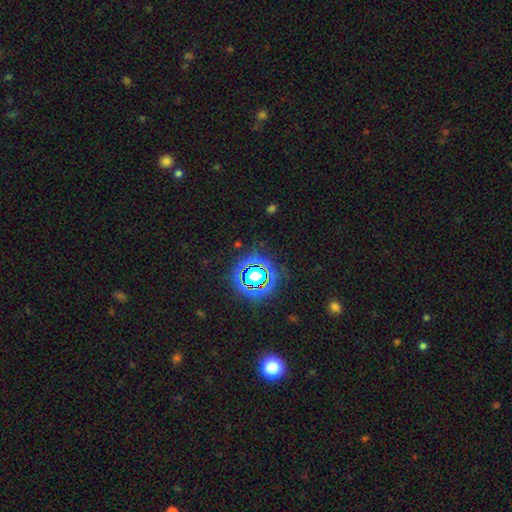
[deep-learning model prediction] Q: Smooth or featured?
A: star or artifact (79%); runner-up: smooth (13%)